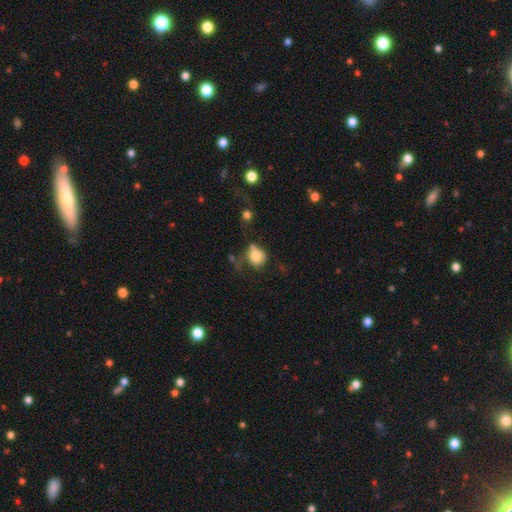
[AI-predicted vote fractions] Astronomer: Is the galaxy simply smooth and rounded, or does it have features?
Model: smooth — 77%.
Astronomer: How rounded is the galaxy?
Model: round — 64%.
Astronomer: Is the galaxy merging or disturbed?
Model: none — 39% (runner-up: minor disturbance, 27%).